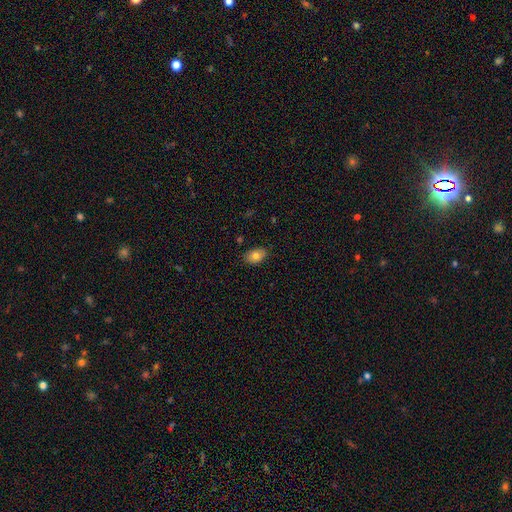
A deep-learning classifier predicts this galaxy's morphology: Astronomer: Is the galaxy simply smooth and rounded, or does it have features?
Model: smooth — 82%.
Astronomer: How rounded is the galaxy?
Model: in between — 86%.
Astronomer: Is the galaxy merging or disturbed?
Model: none — 83%.